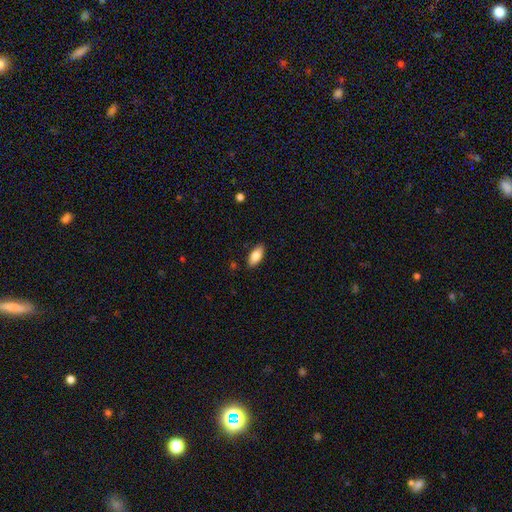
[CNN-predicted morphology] Q: Smooth or featured?
A: smooth (82%); runner-up: featured or disk (12%)
Q: How rounded?
A: in between (86%); runner-up: cigar-shaped (11%)
Q: Merging?
A: none (88%); runner-up: minor disturbance (9%)